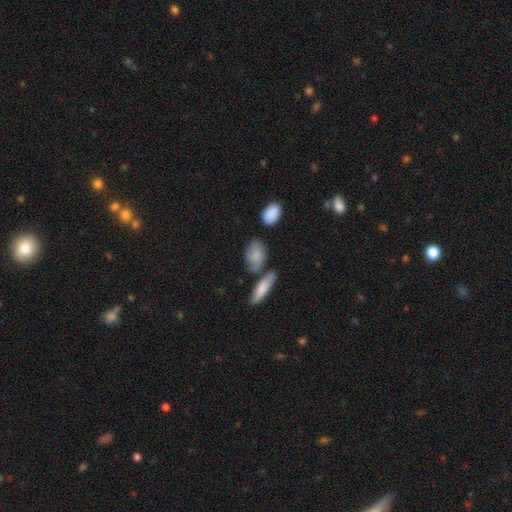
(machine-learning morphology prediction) Q: Smooth or featured?
A: smooth (79%); runner-up: featured or disk (15%)
Q: How rounded?
A: in between (85%); runner-up: round (10%)
Q: Merging?
A: none (56%); runner-up: minor disturbance (20%)